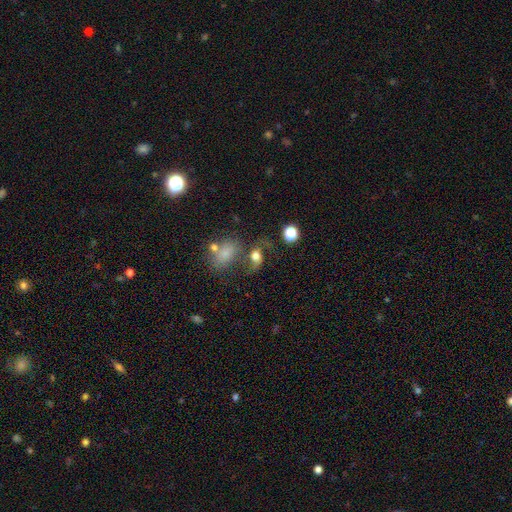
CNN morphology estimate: smooth-or-featured: smooth: 45% | featured or disk: 41% | star or artifact: 14%
  merging: none: 44% | minor disturbance: 19% | major disturbance: 19% | merger: 18%